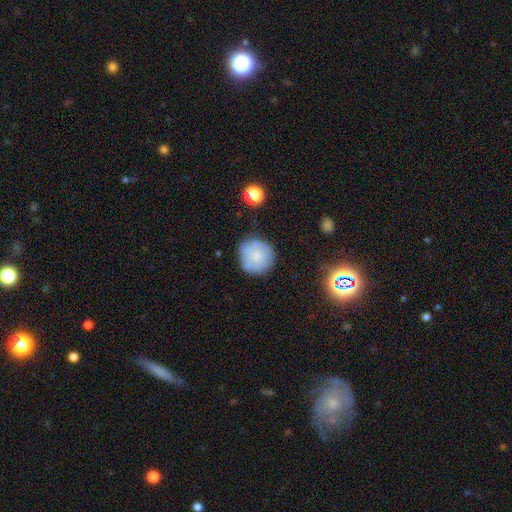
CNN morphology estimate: Smooth or featured? smooth (72%)
How rounded? round (93%)
Merging? none (73%)